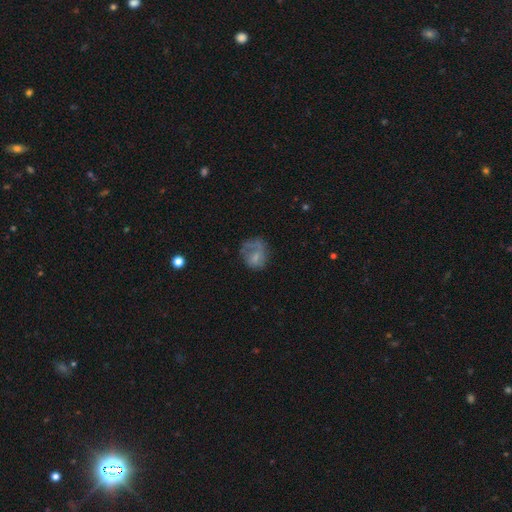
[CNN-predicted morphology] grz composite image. It shows a smooth galaxy with no disk features (49%). Merging: none (38%).